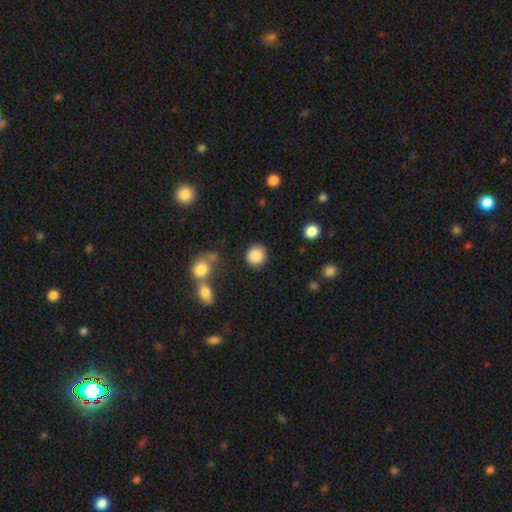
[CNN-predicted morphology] Smooth or featured: smooth — 88% (star or artifact — 8%)
How rounded: round — 88% (in between — 11%)
Merging: none — 83% (minor disturbance — 9%)